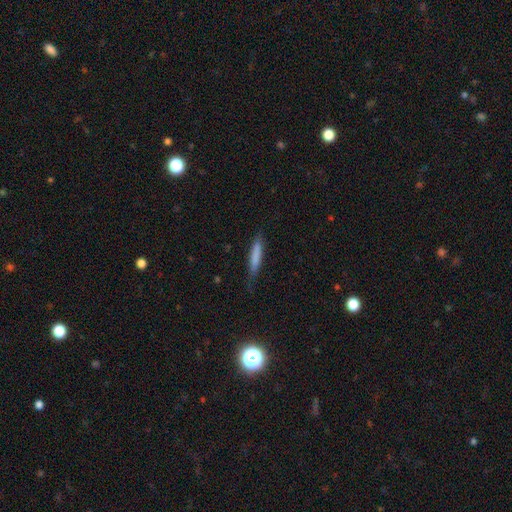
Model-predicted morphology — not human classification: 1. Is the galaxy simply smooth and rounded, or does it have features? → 74% smooth, 20% featured or disk, 6% star or artifact.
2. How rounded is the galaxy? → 91% cigar-shaped, 8% in between, 1% round.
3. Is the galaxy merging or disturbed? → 74% none, 20% minor disturbance, 4% major disturbance, 2% merger.